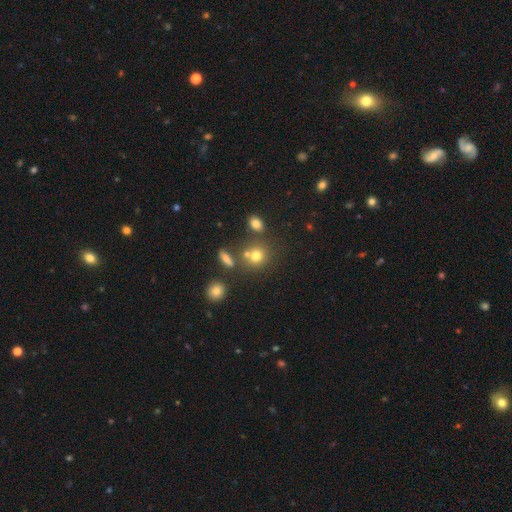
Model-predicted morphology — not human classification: This is likely a smooth galaxy (73%). How rounded: likely round (79%). Merging: likely none (61%).